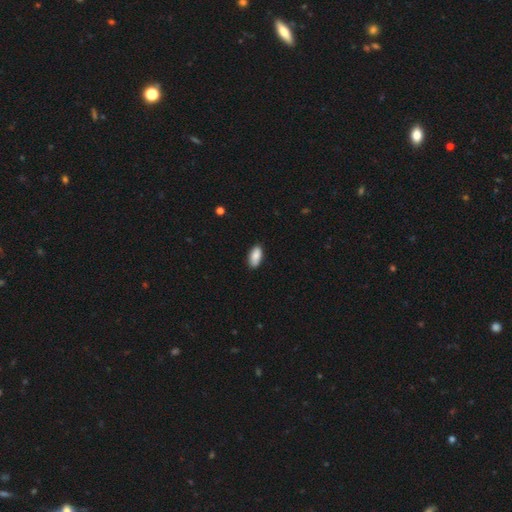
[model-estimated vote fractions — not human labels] smooth 88%, star or artifact 6%, featured or disk 5%. Down the decision tree: how rounded — in between (91%); merging — none (85%).